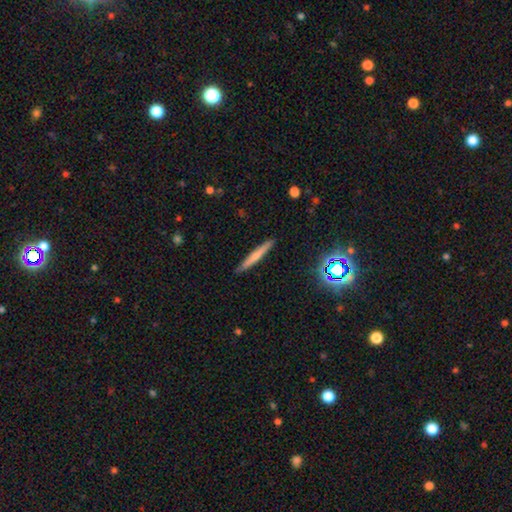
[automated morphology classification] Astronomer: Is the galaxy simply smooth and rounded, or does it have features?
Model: smooth — 59%.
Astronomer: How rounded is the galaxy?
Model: cigar-shaped — 95%.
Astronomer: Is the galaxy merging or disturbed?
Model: none — 90%.